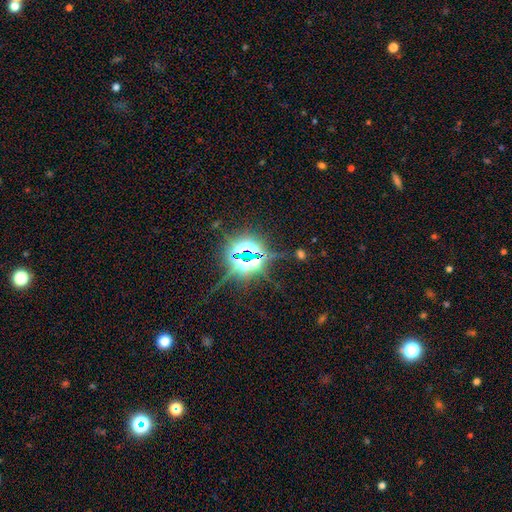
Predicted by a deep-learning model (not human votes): A star or artifact, not a galaxy (81%).